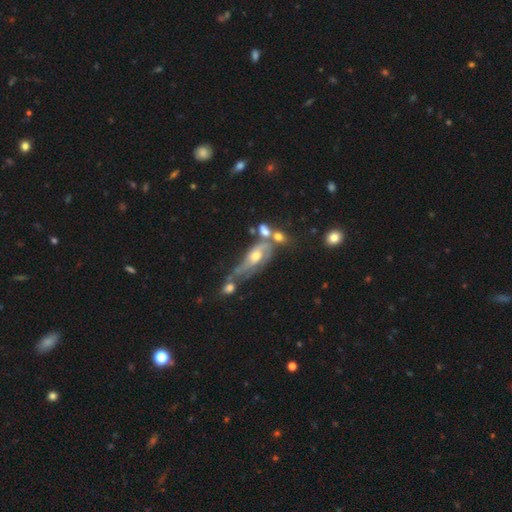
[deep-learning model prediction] smooth-or-featured: featured or disk: 70% | smooth: 21% | star or artifact: 9%
  disk-edge-on: no: 80% | yes: 20%
    bar: no: 69% | weak: 24% | strong: 7%
    has-spiral-arms: yes: 73% | no: 27%
    bulge-size: moderate: 66% | small: 22% | large: 9% | none: 2% | dominant: 1%
  merging: merger: 36% | none: 27% | minor disturbance: 19% | major disturbance: 18%